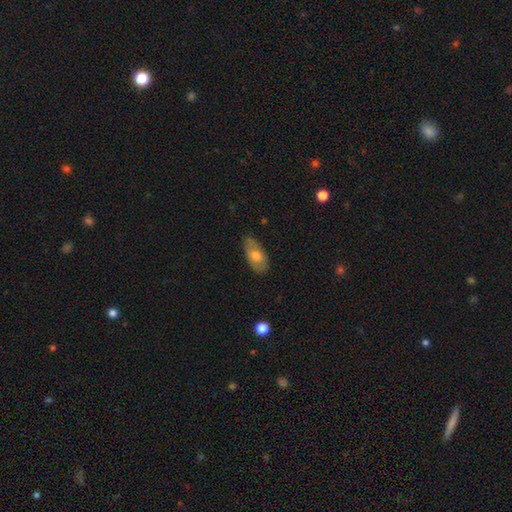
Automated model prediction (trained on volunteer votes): Overall: smooth (67%). How rounded: in between (90%). Merging: none (78%).